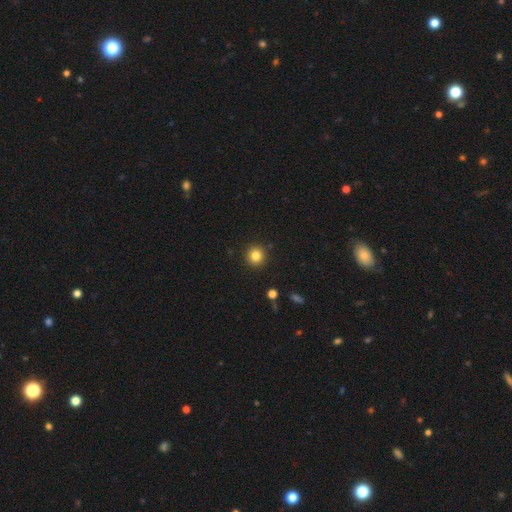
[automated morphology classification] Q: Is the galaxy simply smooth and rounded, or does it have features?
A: smooth — 83%.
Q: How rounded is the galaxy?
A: round — 94%.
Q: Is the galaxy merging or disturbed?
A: none — 92%.